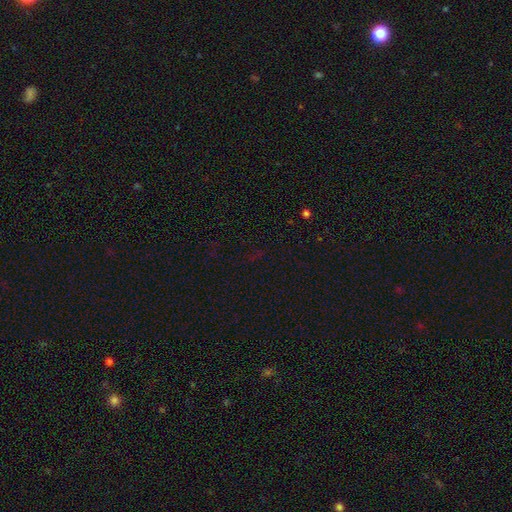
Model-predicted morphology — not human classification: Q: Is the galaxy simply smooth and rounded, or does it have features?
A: star or artifact — 70%.